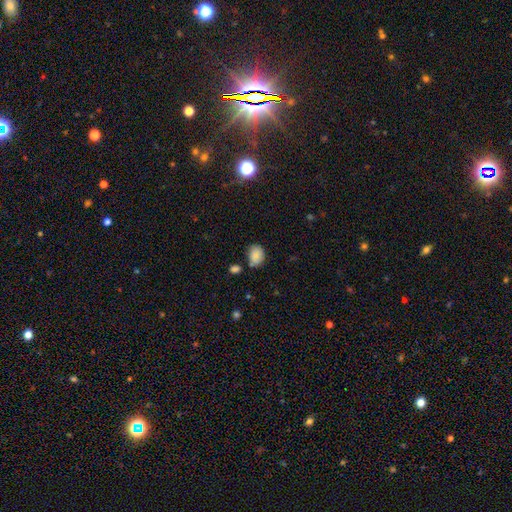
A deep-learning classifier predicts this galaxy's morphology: The model was most divided on "how rounded": in between: 62%, round: 37%, cigar-shaped: 1%. More confident: smooth or featured — smooth (85%); merging — none (63%).